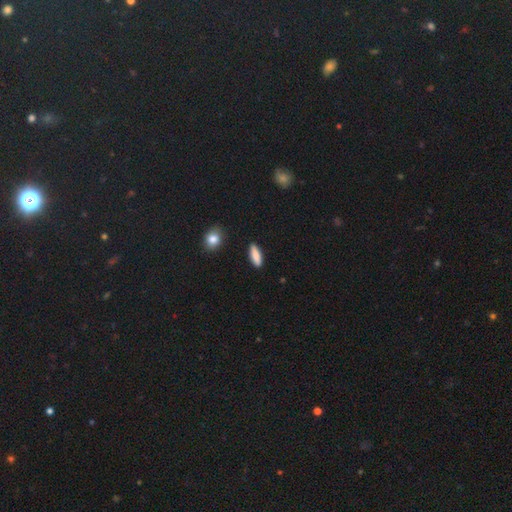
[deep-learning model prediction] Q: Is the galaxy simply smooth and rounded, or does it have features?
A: smooth — 85%.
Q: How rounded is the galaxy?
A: in between — 49%.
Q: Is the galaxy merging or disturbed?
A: none — 88%.